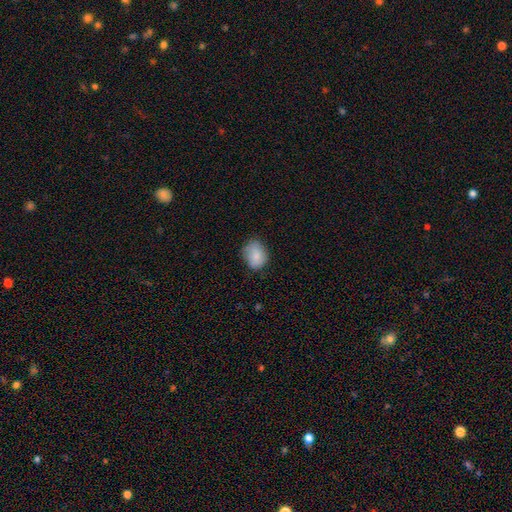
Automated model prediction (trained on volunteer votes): Morphology: type=smooth (84%); roundness=in between (51%); merging=none (69%).